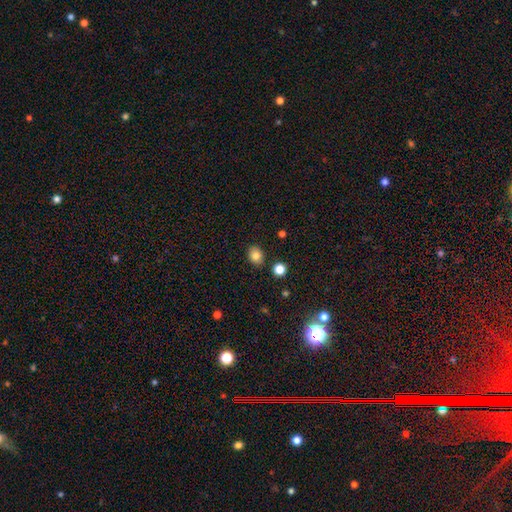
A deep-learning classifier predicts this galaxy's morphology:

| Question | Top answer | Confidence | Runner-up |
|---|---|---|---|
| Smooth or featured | smooth | 82% | star or artifact (11%) |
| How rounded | round | 50% | in between (49%) |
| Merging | none | 87% | minor disturbance (8%) |